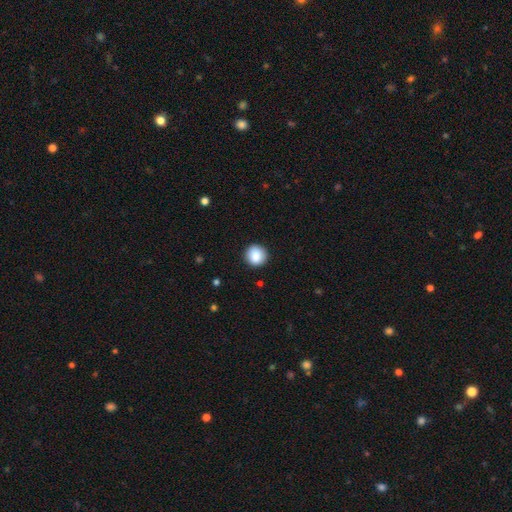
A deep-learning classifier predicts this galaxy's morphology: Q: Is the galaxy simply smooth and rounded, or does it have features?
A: smooth — 88%.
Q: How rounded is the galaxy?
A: round — 92%.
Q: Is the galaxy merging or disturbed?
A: none — 90%.